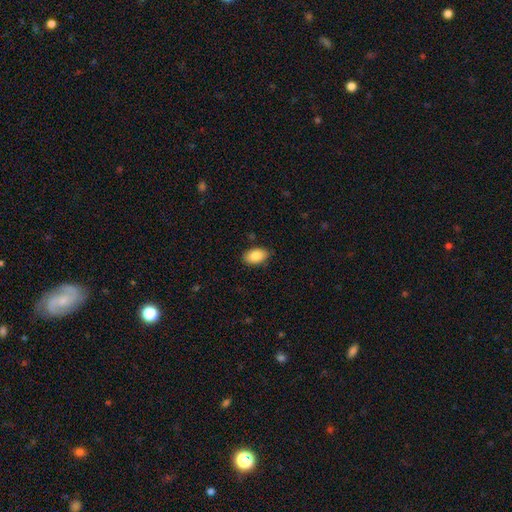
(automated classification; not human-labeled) A smooth galaxy with no disk features (86%) that is in between round and cigar-shaped (92%). Merging: none (85%).